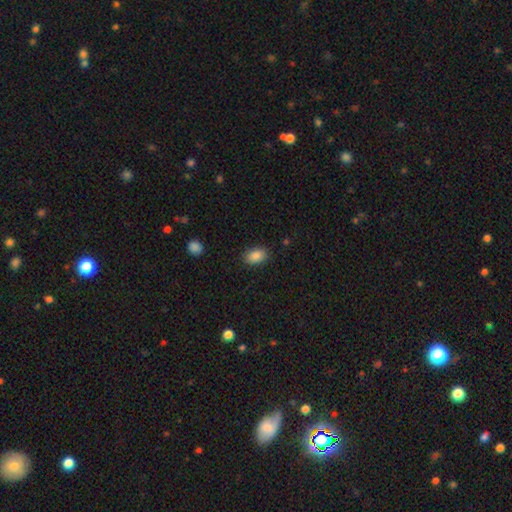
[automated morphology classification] Smooth or featured?
  - smooth: 88% *
  - star or artifact: 8%
  - featured or disk: 4%
How rounded?
  - in between: 87% *
  - round: 12%
  - cigar-shaped: 1%
Merging?
  - none: 87% *
  - minor disturbance: 10%
  - major disturbance: 3%
  - merger: 1%